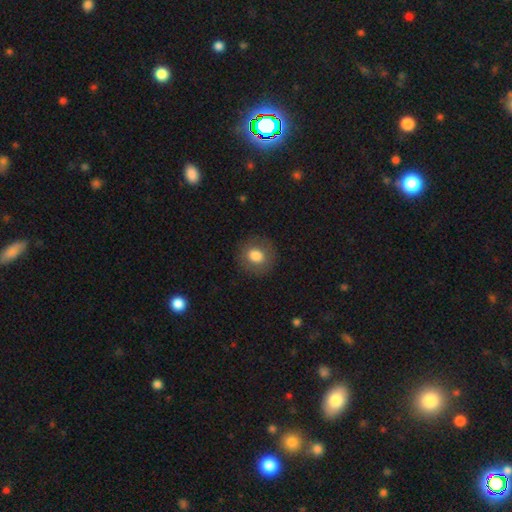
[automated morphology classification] This is likely a smooth galaxy (80%). How rounded: clearly round (83%). Merging: clearly none (87%).